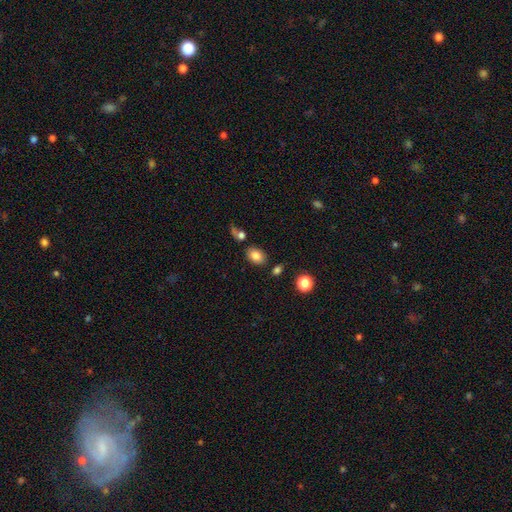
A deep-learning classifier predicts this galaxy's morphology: smooth_or_featured: smooth (p=0.82) [alt: star or artifact p=0.09]
how_rounded: in between (p=0.80) [alt: round p=0.19]
merging: none (p=0.79) [alt: minor disturbance p=0.11]